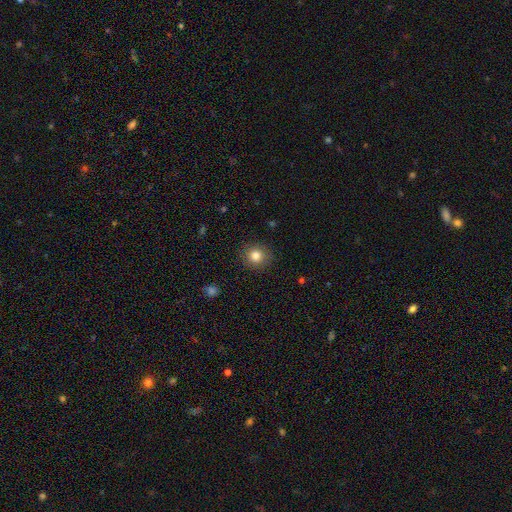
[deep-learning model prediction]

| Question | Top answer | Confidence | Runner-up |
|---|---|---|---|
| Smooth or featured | smooth | 82% | star or artifact (11%) |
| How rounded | round | 90% | in between (9%) |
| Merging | none | 89% | minor disturbance (8%) |